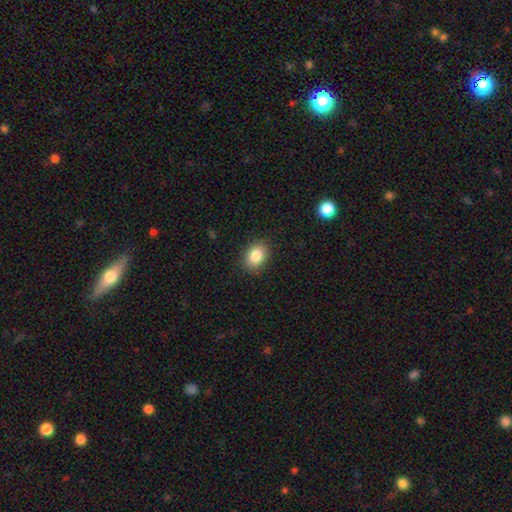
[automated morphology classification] smooth-or-featured: smooth: 84% | star or artifact: 9% | featured or disk: 7%
  how-rounded: in between: 68% | round: 31% | cigar-shaped: 1%
  merging: none: 87% | minor disturbance: 9% | major disturbance: 2% | merger: 1%